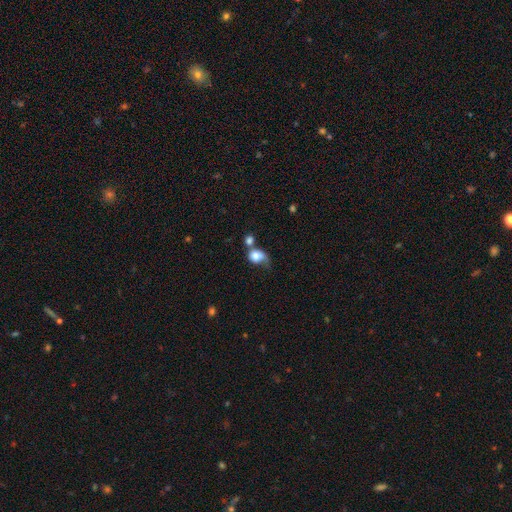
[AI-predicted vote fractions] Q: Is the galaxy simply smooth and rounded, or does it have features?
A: smooth — 73%.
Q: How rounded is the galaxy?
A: round — 57%.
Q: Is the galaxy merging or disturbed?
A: merger — 33%.